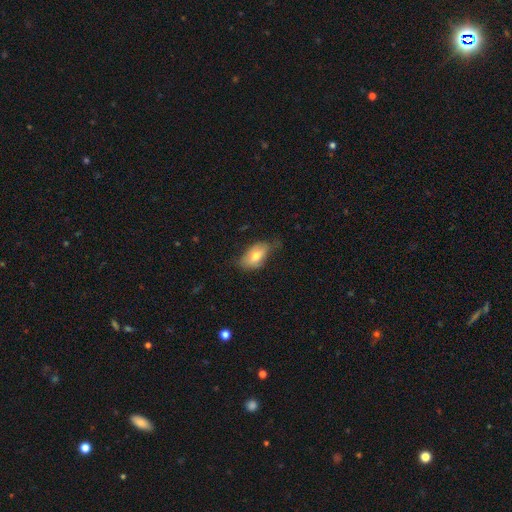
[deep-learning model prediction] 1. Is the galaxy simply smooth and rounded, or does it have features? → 69% smooth, 24% featured or disk, 7% star or artifact.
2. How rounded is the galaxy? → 92% in between, 5% round, 3% cigar-shaped.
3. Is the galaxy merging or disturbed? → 53% none, 36% minor disturbance, 10% major disturbance, 2% merger.